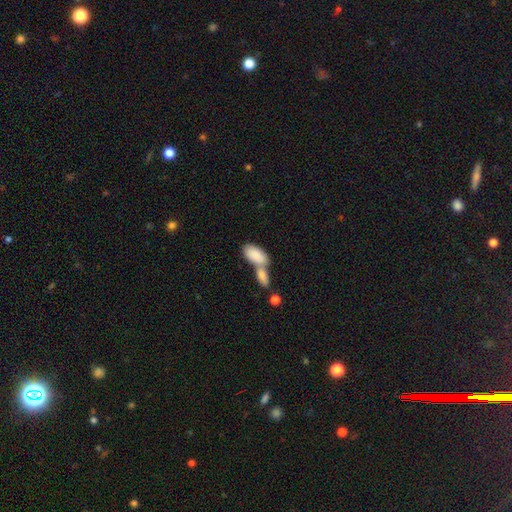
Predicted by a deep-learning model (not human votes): smooth_or_featured: smooth (p=0.85) [alt: featured or disk p=0.09]
how_rounded: in between (p=0.92) [alt: cigar-shaped p=0.05]
merging: merger (p=0.61) [alt: none p=0.26]